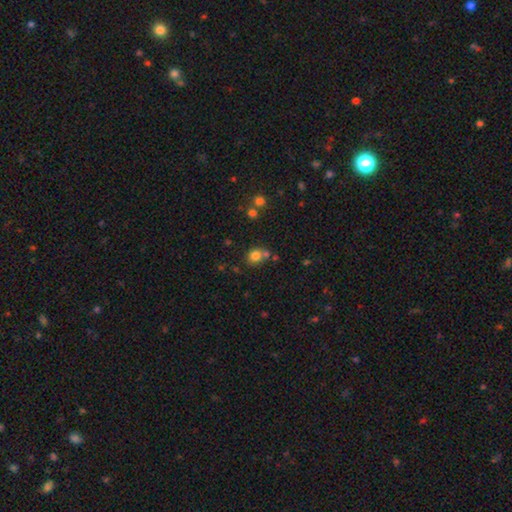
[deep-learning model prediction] A smooth galaxy with no disk features (79%) that is round (79%).

Vote fractions:
- Smooth or featured? smooth: 79% / star or artifact: 14% / featured or disk: 8%
- How rounded? round: 79% / in between: 20% / cigar-shaped: 1%
- Merging? none: 62% / merger: 23% / minor disturbance: 11% / major disturbance: 4%